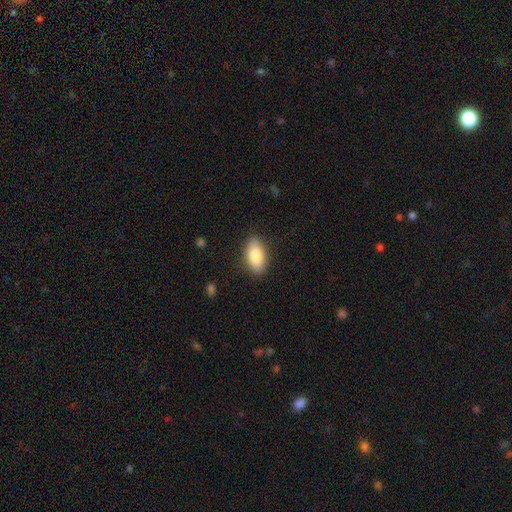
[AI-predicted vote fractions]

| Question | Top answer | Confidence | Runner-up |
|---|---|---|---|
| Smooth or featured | smooth | 84% | featured or disk (10%) |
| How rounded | in between | 90% | cigar-shaped (6%) |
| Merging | none | 87% | minor disturbance (10%) |